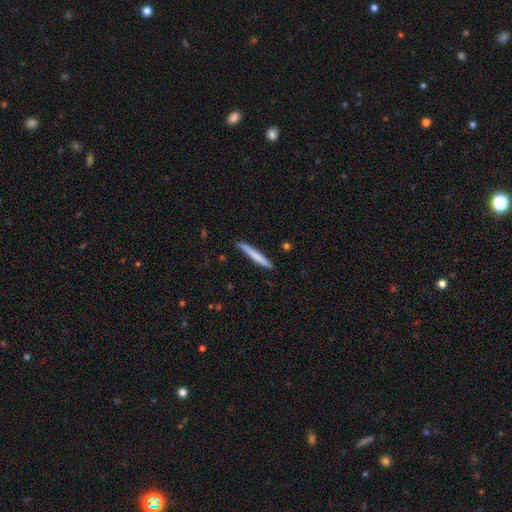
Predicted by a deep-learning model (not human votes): smooth 70%, featured or disk 25%, star or artifact 5%. Down the decision tree: how rounded — cigar-shaped (96%); merging — none (90%).